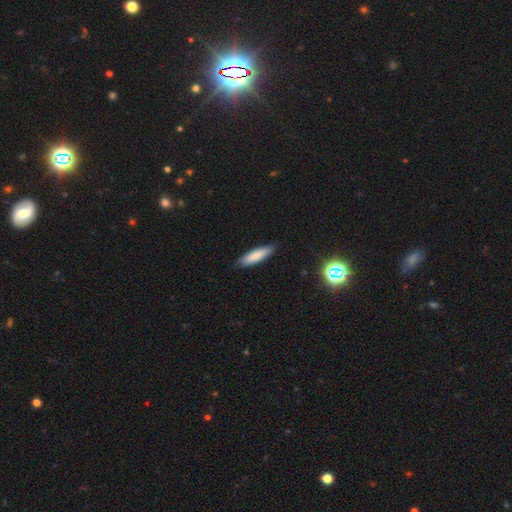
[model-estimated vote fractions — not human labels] Morphology: type=smooth (83%); roundness=cigar-shaped (68%); merging=none (86%).